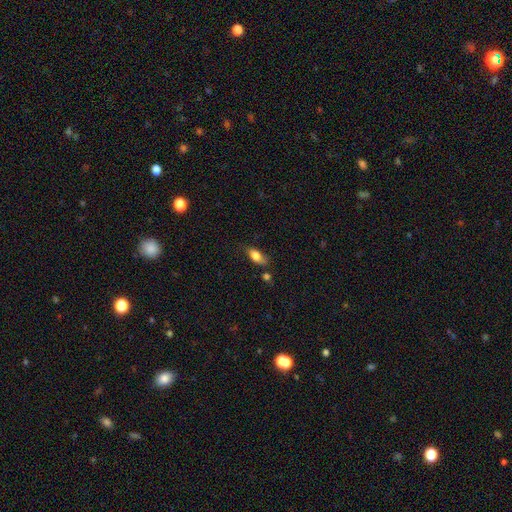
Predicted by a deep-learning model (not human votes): Morphology: type=smooth (76%); roundness=in between (83%); merging=none (60%).